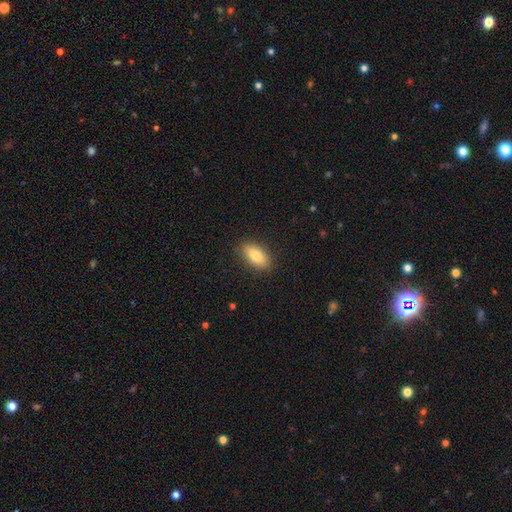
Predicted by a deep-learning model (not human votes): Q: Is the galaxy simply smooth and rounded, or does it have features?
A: smooth — 79%.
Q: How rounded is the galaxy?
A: in between — 88%.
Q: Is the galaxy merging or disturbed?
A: none — 88%.